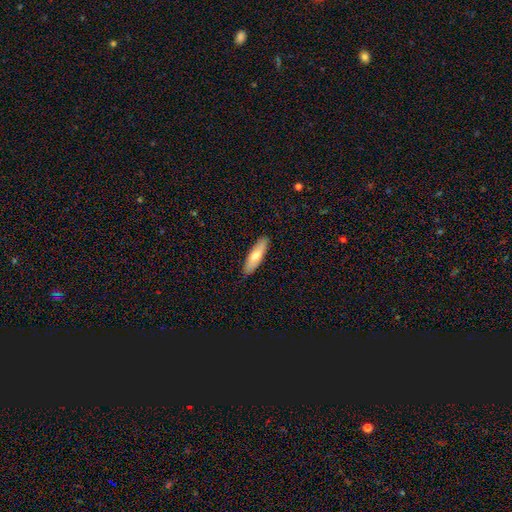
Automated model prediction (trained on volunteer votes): smooth_or_featured: smooth (p=0.68) [alt: featured or disk p=0.27]
how_rounded: cigar-shaped (p=0.58) [alt: in between p=0.40]
merging: none (p=0.88) [alt: minor disturbance p=0.09]